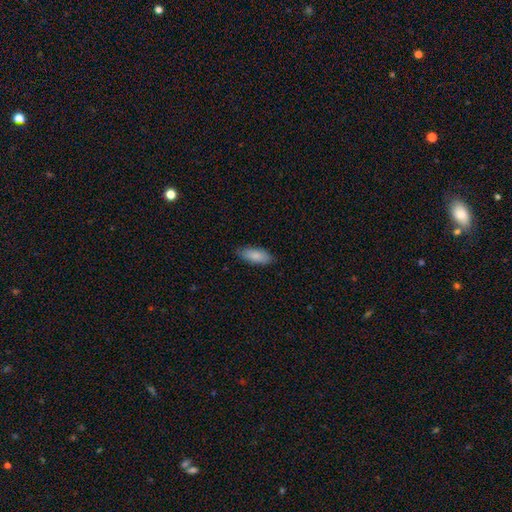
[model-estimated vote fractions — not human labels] Morphology: type=smooth (86%); roundness=in between (80%); merging=none (83%).